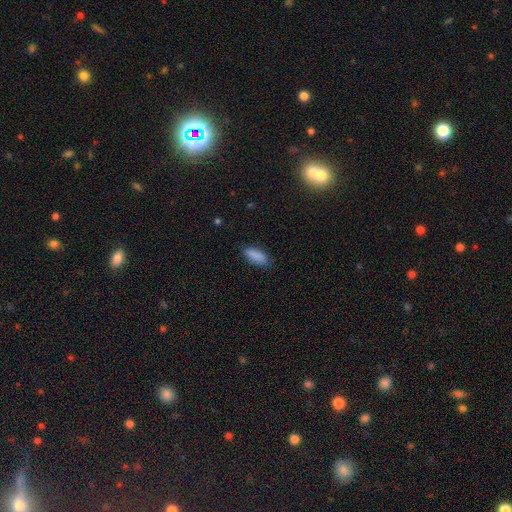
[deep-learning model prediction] Smooth or featured?
  - smooth: 89% *
  - star or artifact: 7%
  - featured or disk: 4%
How rounded?
  - in between: 77% *
  - cigar-shaped: 21%
  - round: 2%
Merging?
  - none: 83% *
  - minor disturbance: 13%
  - major disturbance: 3%
  - merger: 1%